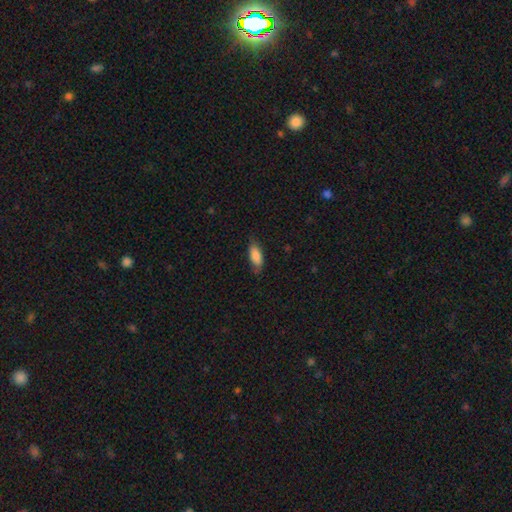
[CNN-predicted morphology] Smooth or featured? smooth (83%)
How rounded? in between (77%)
Merging? none (75%)